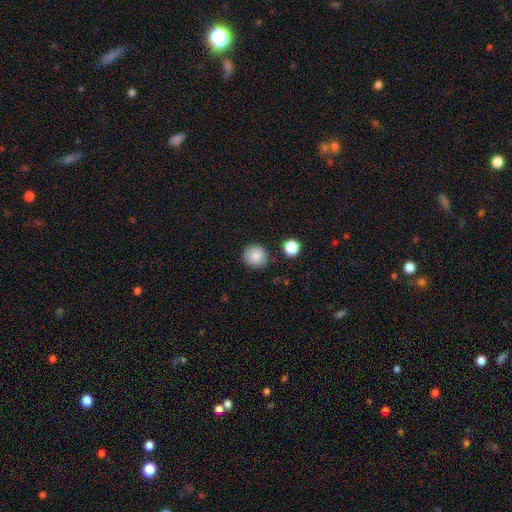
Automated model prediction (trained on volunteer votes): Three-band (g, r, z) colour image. It shows a smooth galaxy with no disk features (85%) that is round (91%). Merging: none (85%).